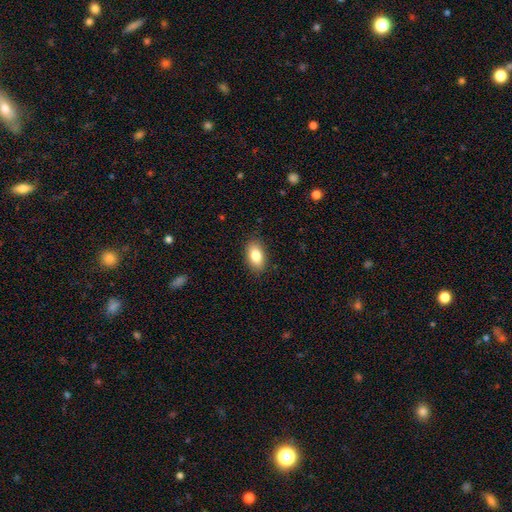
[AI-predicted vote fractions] A smooth galaxy with no disk features (84%) that is in between round and cigar-shaped (91%).

Vote fractions:
- Smooth or featured? smooth: 84% / featured or disk: 9% / star or artifact: 7%
- How rounded? in between: 91% / round: 7% / cigar-shaped: 2%
- Merging? none: 87% / minor disturbance: 9% / major disturbance: 2% / merger: 1%